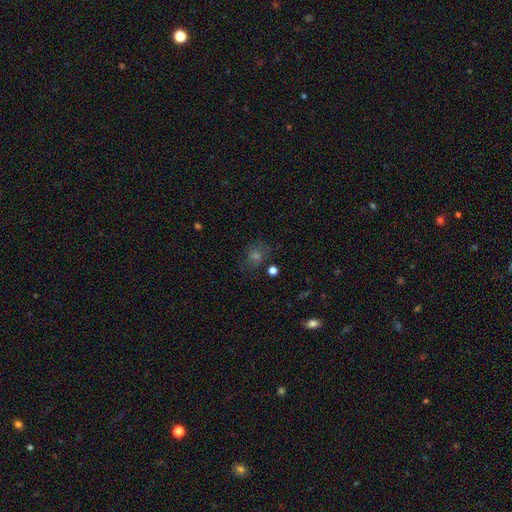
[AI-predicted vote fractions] smooth_or_featured: smooth (p=0.47) [alt: star or artifact p=0.33]
merging: none (p=0.75) [alt: minor disturbance p=0.15]